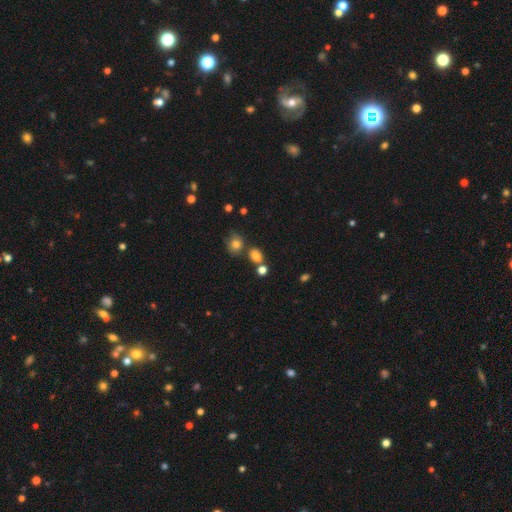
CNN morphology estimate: Q: Smooth or featured?
A: smooth (78%); runner-up: star or artifact (15%)
Q: How rounded?
A: round (51%); runner-up: in between (48%)
Q: Merging?
A: none (61%); runner-up: merger (21%)